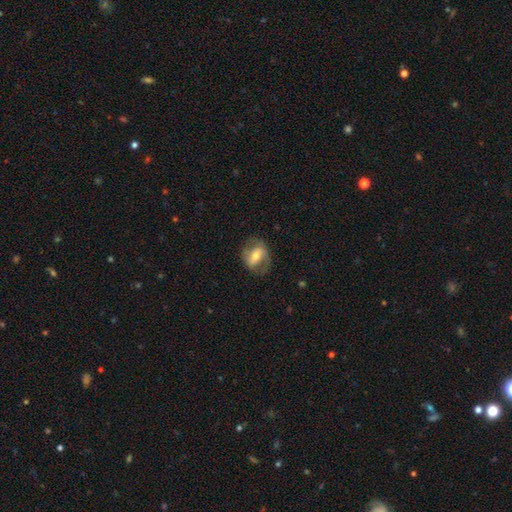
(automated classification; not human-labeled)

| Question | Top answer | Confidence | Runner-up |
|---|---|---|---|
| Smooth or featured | featured or disk | 56% | smooth (37%) |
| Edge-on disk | no | 92% | yes (8%) |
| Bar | strong | 42% | weak (35%) |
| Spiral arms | yes | 61% | no (39%) |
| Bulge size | moderate | 61% | small (29%) |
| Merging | none | 65% | minor disturbance (21%) |